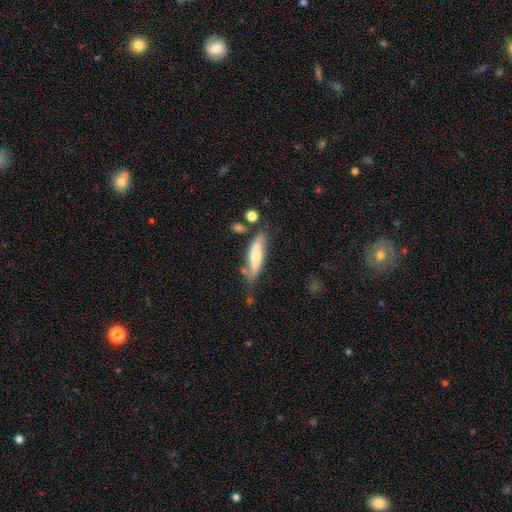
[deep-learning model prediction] Smooth or featured? Predicted: smooth (p=0.56). How rounded? Predicted: cigar-shaped (p=0.70). Merging? Predicted: none (p=0.65).